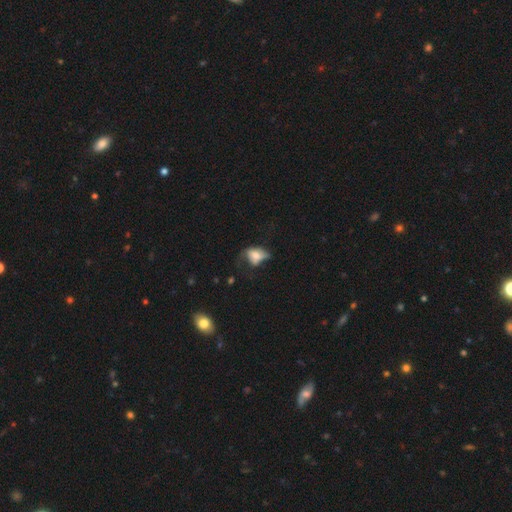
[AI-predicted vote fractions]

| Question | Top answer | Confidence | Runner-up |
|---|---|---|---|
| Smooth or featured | smooth | 60% | featured or disk (31%) |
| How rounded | in between | 81% | round (16%) |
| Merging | major disturbance | 43% | minor disturbance (27%) |